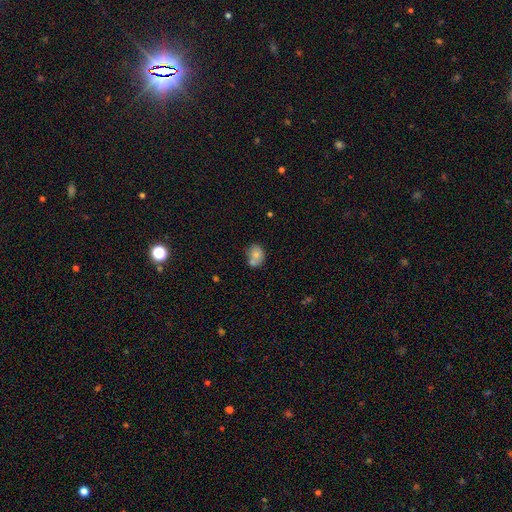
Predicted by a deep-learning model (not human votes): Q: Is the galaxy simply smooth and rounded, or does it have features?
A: smooth — 76%.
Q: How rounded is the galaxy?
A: round — 50%.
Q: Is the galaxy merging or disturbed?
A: none — 44%.